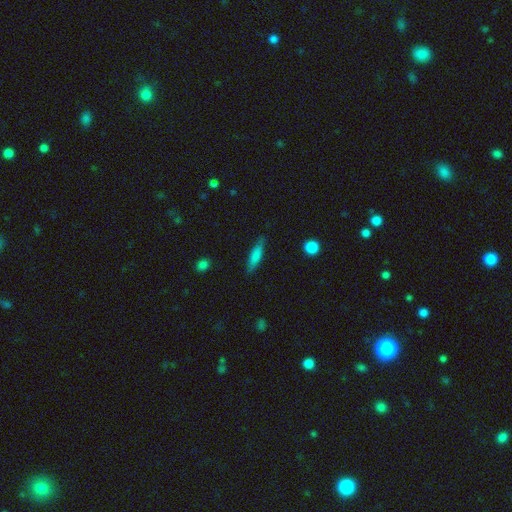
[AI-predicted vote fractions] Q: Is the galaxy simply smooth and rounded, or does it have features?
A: smooth — 73%.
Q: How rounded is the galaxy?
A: cigar-shaped — 76%.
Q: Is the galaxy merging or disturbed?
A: none — 82%.